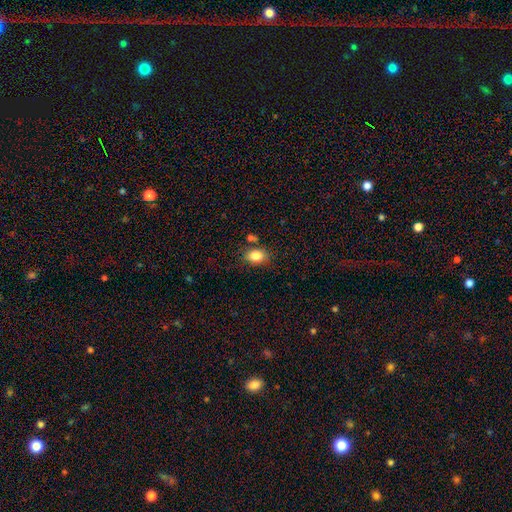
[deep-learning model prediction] Smooth or featured: smooth — 83% (star or artifact — 9%)
How rounded: in between — 72% (round — 27%)
Merging: none — 76% (minor disturbance — 13%)